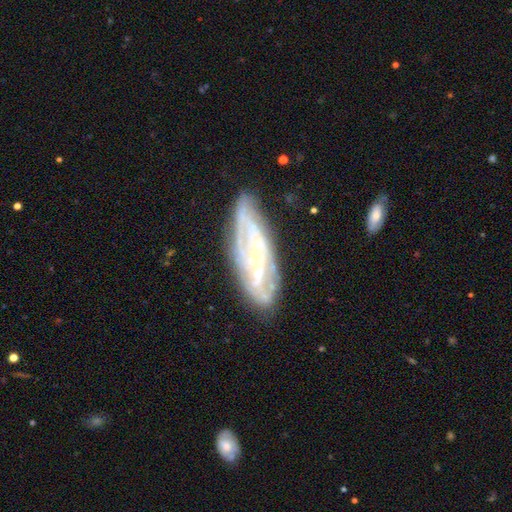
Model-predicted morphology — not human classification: type=featured or disk (79%); edge-on=no (80%); bar=no (49%); spiral arms=yes (77%); bulge=small (72%); merging=none (73%).